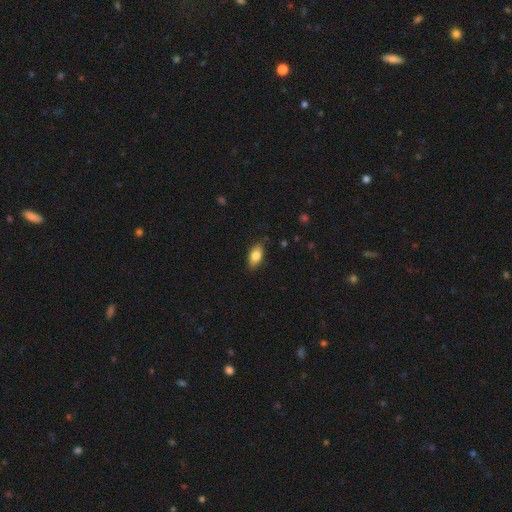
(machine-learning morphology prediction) smooth_or_featured: smooth (p=0.81) [alt: featured or disk p=0.12]
how_rounded: in between (p=0.90) [alt: cigar-shaped p=0.06]
merging: none (p=0.83) [alt: minor disturbance p=0.14]